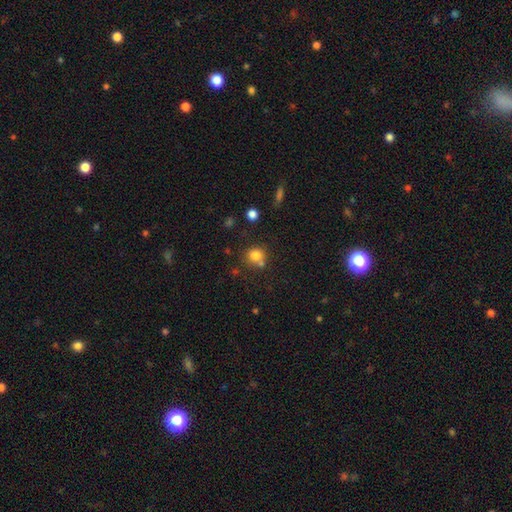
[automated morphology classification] type=smooth (79%); roundness=round (84%); merging=none (60%).